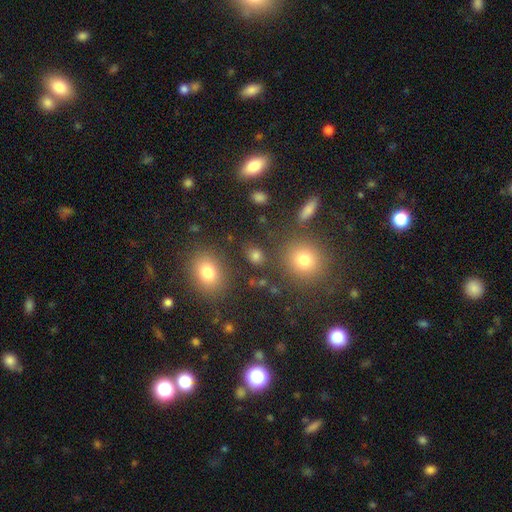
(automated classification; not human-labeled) Q: Smooth or featured?
A: smooth (75%); runner-up: star or artifact (18%)
Q: How rounded?
A: in between (54%); runner-up: round (44%)
Q: Merging?
A: none (77%); runner-up: minor disturbance (10%)